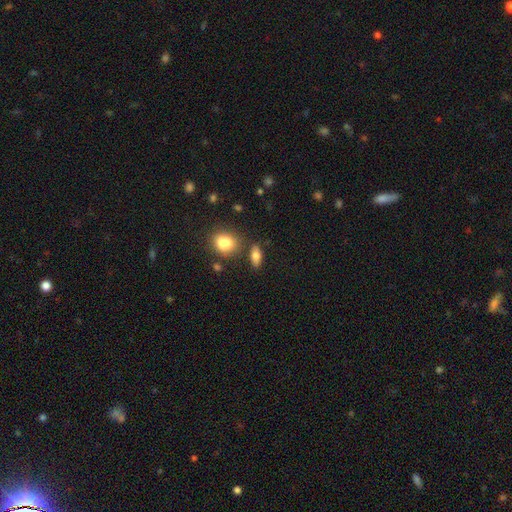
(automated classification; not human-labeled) A smooth galaxy with no disk features (74%) that is in between round and cigar-shaped (77%).

Vote fractions:
- Smooth or featured? smooth: 74% / featured or disk: 17% / star or artifact: 9%
- How rounded? in between: 77% / cigar-shaped: 15% / round: 8%
- Merging? none: 74% / minor disturbance: 13% / merger: 9% / major disturbance: 4%